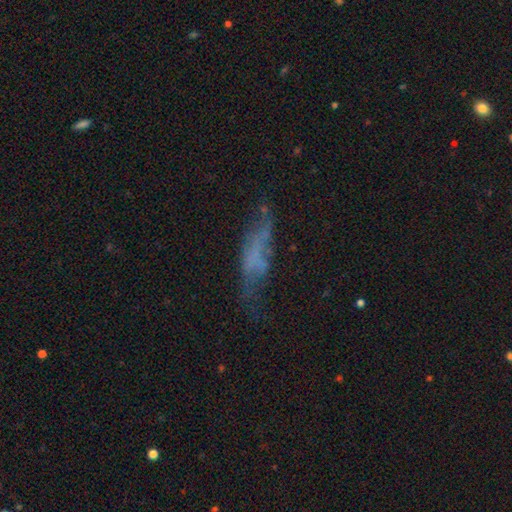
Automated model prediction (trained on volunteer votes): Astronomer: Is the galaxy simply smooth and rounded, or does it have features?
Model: featured or disk — 47% (runner-up: smooth, 38%).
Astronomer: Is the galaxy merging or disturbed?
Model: none — 43% (runner-up: minor disturbance, 26%).